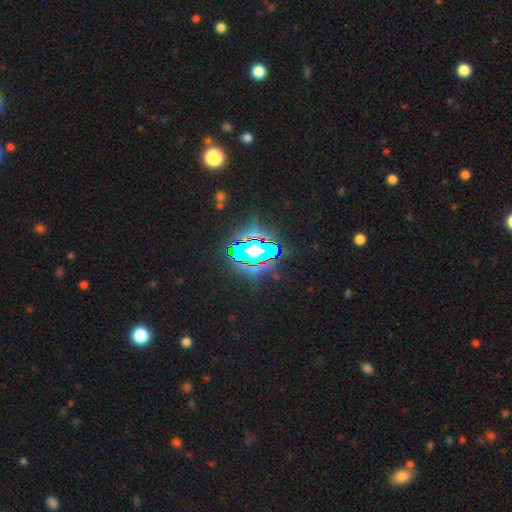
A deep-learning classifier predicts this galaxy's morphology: The model was most divided on "smooth or featured": star or artifact: 81%, smooth: 11%, featured or disk: 8%.